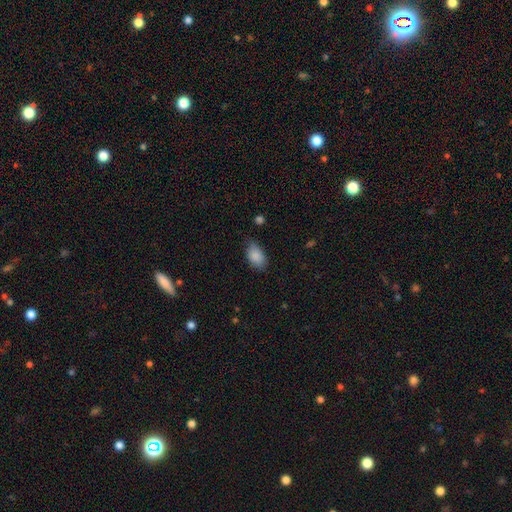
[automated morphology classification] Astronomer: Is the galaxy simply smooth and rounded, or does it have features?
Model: smooth — 87%.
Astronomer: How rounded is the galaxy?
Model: in between — 89%.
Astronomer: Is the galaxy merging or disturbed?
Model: none — 67%.